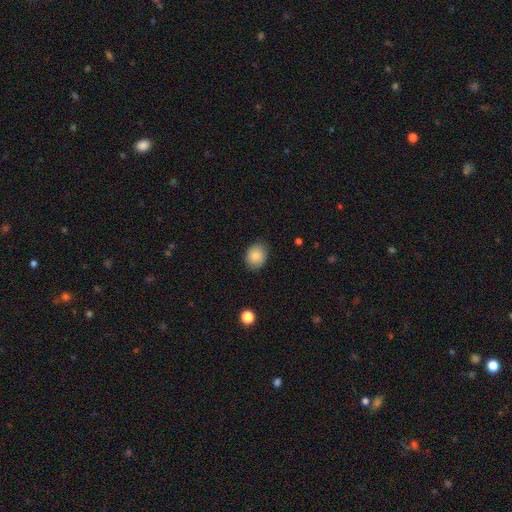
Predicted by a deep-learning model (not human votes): Smooth or featured?
  - smooth: 86% *
  - star or artifact: 8%
  - featured or disk: 6%
How rounded?
  - round: 55% *
  - in between: 44%
  - cigar-shaped: 1%
Merging?
  - none: 82% *
  - minor disturbance: 14%
  - major disturbance: 3%
  - merger: 1%